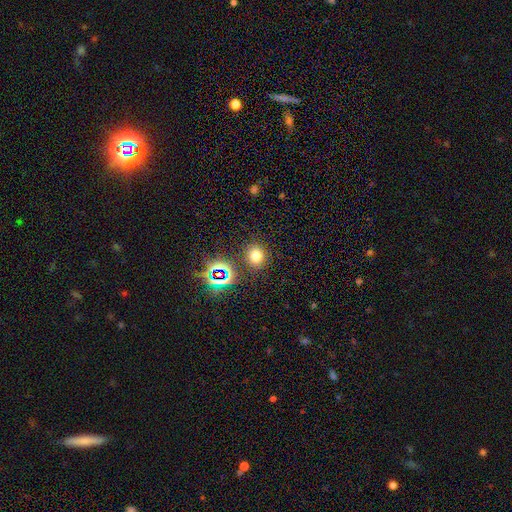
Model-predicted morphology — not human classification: Smooth or featured: smooth — 69% (star or artifact — 24%)
How rounded: round — 79% (in between — 20%)
Merging: none — 85% (minor disturbance — 8%)